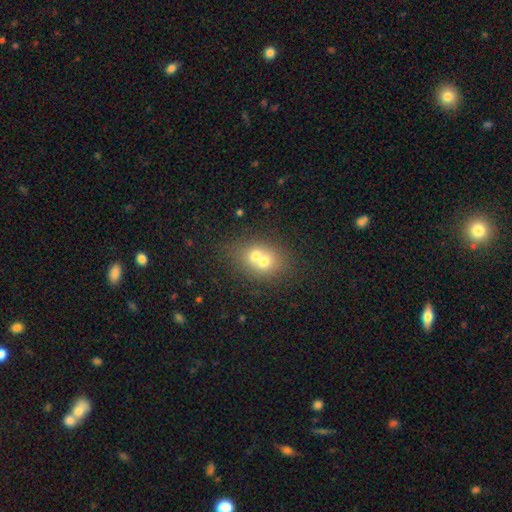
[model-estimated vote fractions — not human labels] smooth-or-featured: smooth: 62% | featured or disk: 26% | star or artifact: 12%
  how-rounded: round: 61% | in between: 38% | cigar-shaped: 1%
  merging: merger: 66% | none: 26% | minor disturbance: 6% | major disturbance: 3%